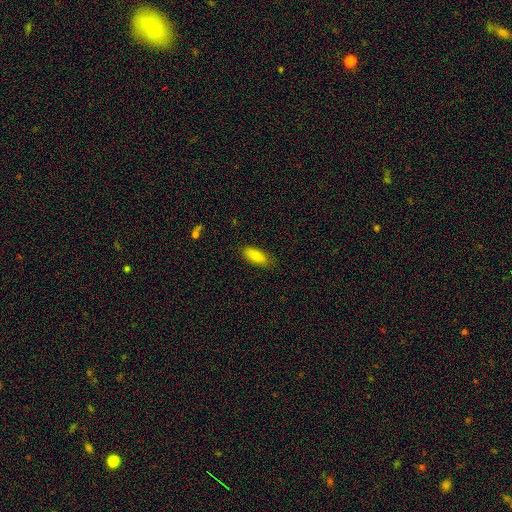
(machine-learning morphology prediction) smooth-or-featured: smooth: 81% | featured or disk: 11% | star or artifact: 7%
  how-rounded: in between: 78% | cigar-shaped: 20% | round: 2%
  merging: none: 82% | minor disturbance: 14% | major disturbance: 3% | merger: 1%